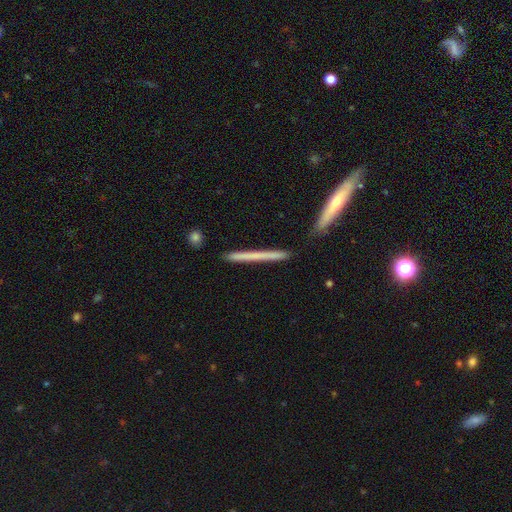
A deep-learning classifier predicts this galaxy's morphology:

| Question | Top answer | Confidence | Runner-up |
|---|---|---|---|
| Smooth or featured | smooth | 48% | featured or disk (45%) |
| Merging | none | 87% | minor disturbance (9%) |